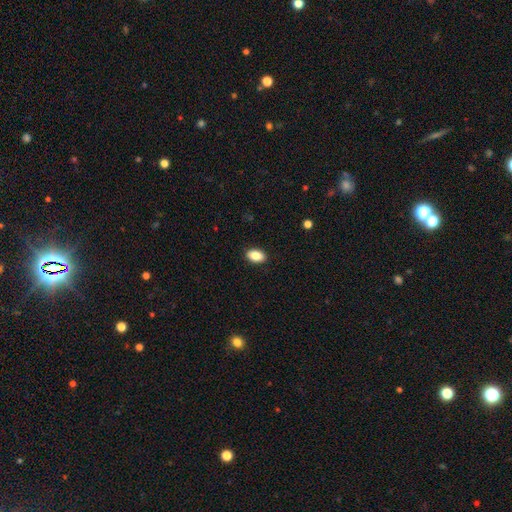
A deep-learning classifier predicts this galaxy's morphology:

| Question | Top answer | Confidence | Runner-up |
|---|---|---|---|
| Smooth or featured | smooth | 86% | star or artifact (8%) |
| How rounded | in between | 90% | round (8%) |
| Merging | none | 90% | minor disturbance (7%) |